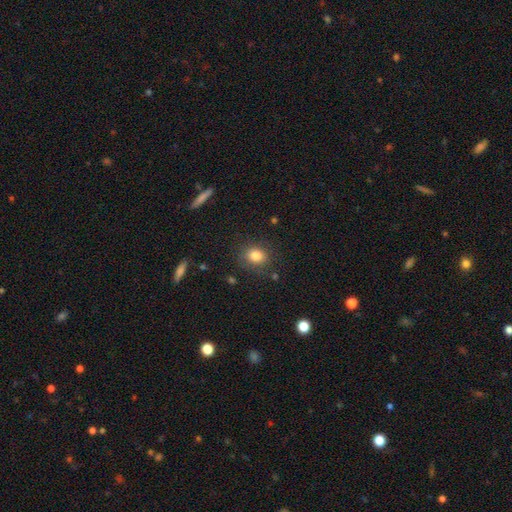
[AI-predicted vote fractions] smooth-or-featured: smooth: 83% | star or artifact: 11% | featured or disk: 6%
  how-rounded: round: 64% | in between: 35% | cigar-shaped: 1%
  merging: none: 83% | minor disturbance: 12% | major disturbance: 4% | merger: 2%